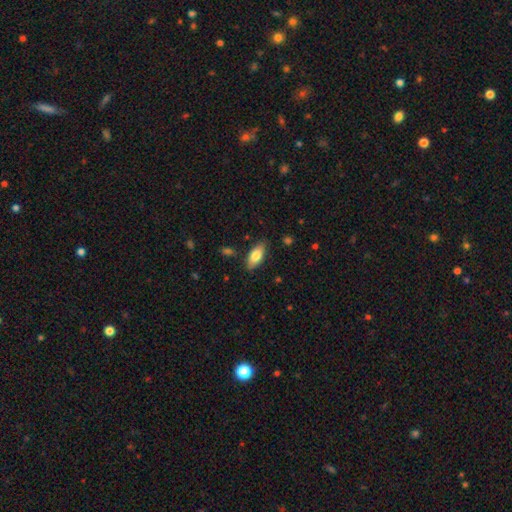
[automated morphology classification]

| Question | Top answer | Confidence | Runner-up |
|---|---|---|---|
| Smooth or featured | smooth | 79% | featured or disk (15%) |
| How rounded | in between | 87% | cigar-shaped (11%) |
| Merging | none | 83% | minor disturbance (12%) |